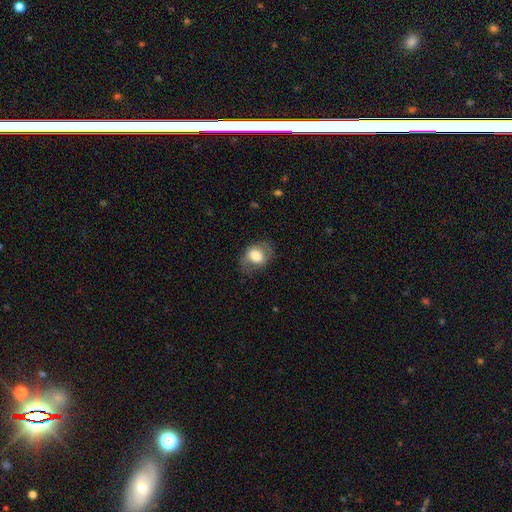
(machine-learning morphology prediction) smooth 67%, featured or disk 26%, star or artifact 8%. Down the decision tree: how rounded — in between (66%); merging — none (67%).